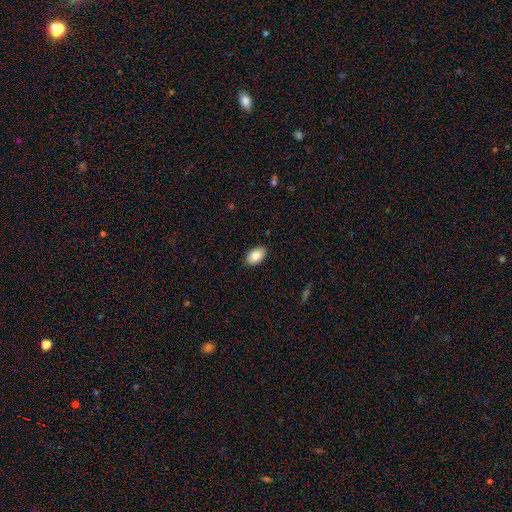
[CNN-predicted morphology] type=smooth (84%); roundness=in between (92%); merging=none (89%).